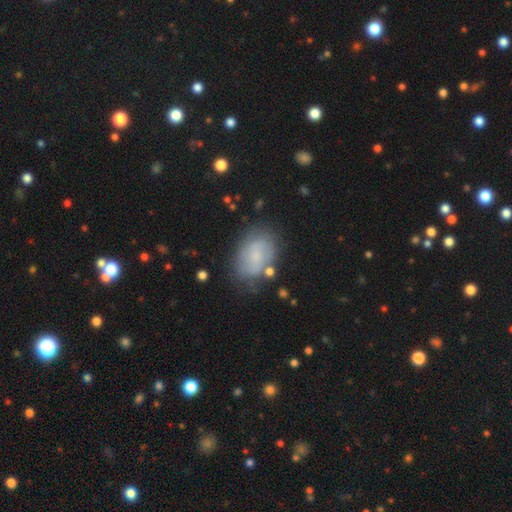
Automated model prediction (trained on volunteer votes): smooth-or-featured: featured or disk: 48% | smooth: 42% | star or artifact: 9%
  merging: none: 69% | minor disturbance: 19% | major disturbance: 7% | merger: 5%